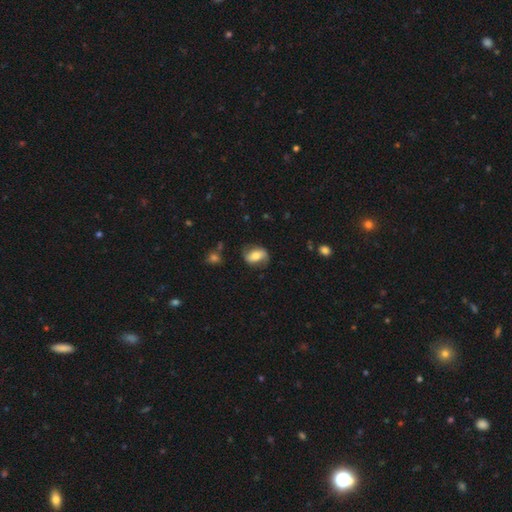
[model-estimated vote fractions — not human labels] Smooth or featured? Predicted: smooth (p=0.49). Merging? Predicted: none (p=0.71).